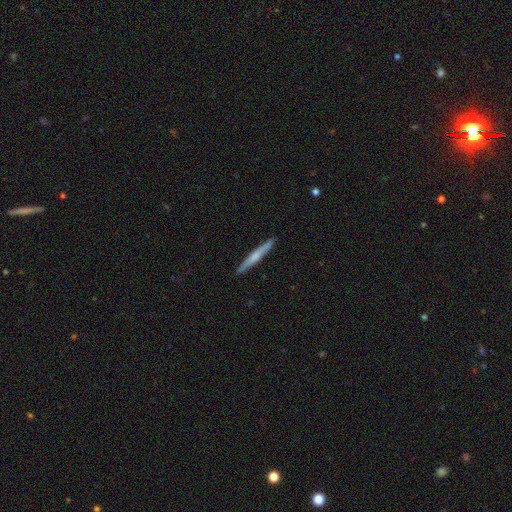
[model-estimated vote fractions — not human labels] Q: Smooth or featured?
A: smooth (48%); runner-up: featured or disk (47%)
Q: Merging?
A: none (92%); runner-up: minor disturbance (5%)